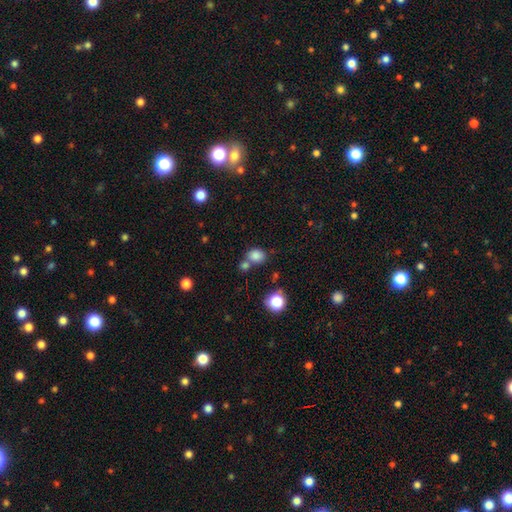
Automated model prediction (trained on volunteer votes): smooth_or_featured: smooth (p=0.82) [alt: star or artifact p=0.12]
how_rounded: round (p=0.54) [alt: in between p=0.45]
merging: none (p=0.57) [alt: merger p=0.26]